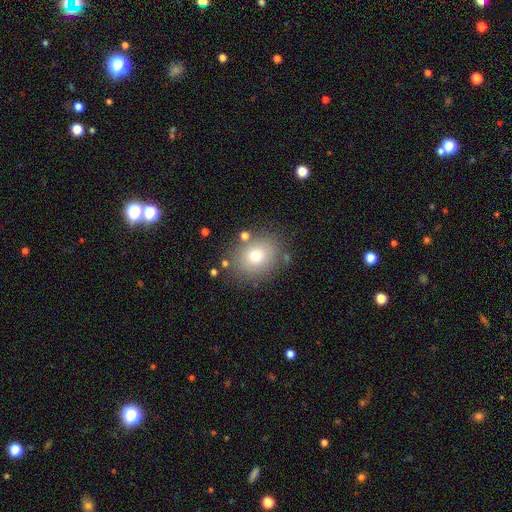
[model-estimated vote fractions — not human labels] A smooth galaxy with no disk features (72%) that is round (58%).

Vote fractions:
- Smooth or featured? smooth: 72% / featured or disk: 14% / star or artifact: 14%
- How rounded? round: 58% / in between: 41% / cigar-shaped: 1%
- Merging? none: 81% / minor disturbance: 11% / major disturbance: 4% / merger: 4%